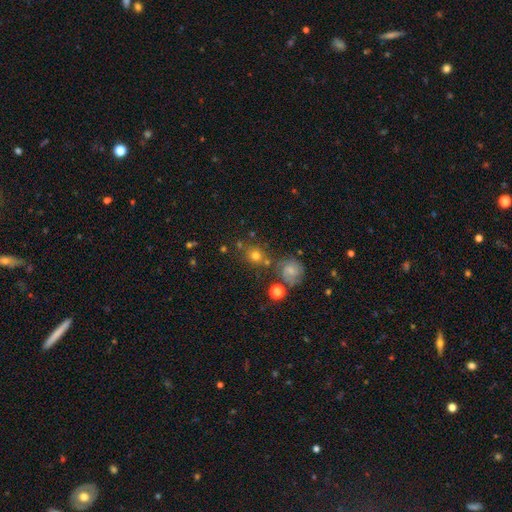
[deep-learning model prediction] This appears to be a smooth galaxy with no disk features (70%) that is round (85%). Merging: none (71%).